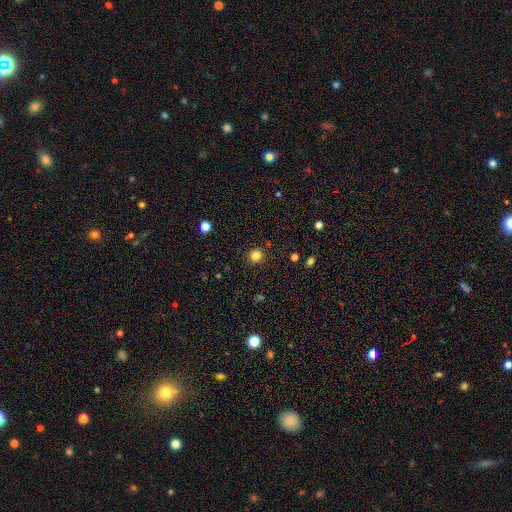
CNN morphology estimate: Smooth or featured? smooth (82%)
How rounded? round (90%)
Merging? none (90%)